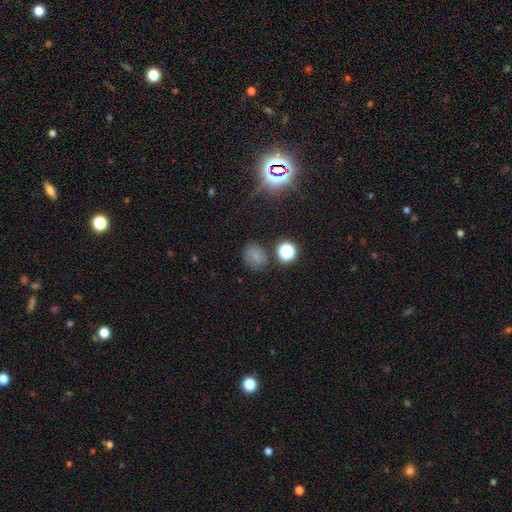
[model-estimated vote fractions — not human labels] Smooth or featured?
  - smooth: 66% *
  - star or artifact: 25%
  - featured or disk: 10%
How rounded?
  - round: 75% *
  - in between: 24%
  - cigar-shaped: 1%
Merging?
  - none: 77% *
  - minor disturbance: 14%
  - merger: 5%
  - major disturbance: 4%